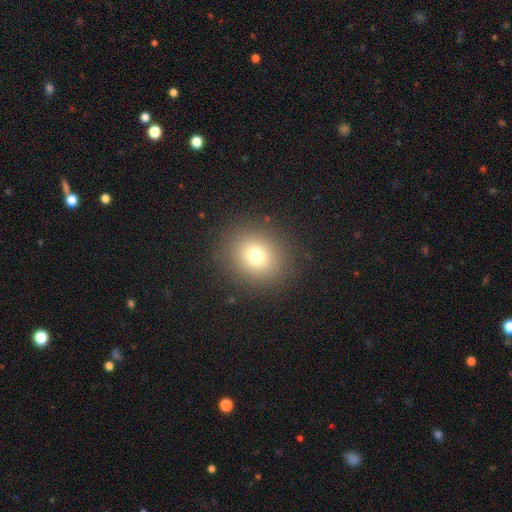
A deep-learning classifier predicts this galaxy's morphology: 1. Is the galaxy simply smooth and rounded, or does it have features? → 74% smooth, 16% star or artifact, 10% featured or disk.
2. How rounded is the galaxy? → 80% round, 19% in between, 1% cigar-shaped.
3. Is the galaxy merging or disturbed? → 89% none, 7% minor disturbance, 3% major disturbance, 1% merger.